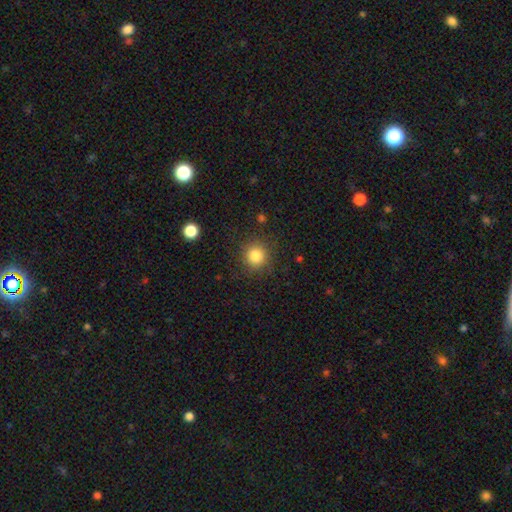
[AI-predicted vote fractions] Morphology: type=smooth (83%); roundness=round (91%); merging=none (88%).